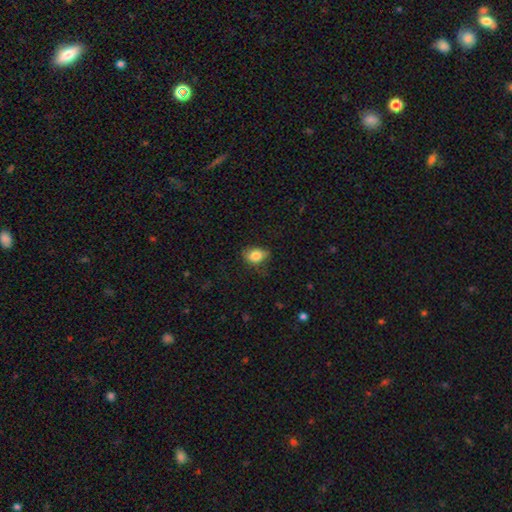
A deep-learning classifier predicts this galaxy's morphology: smooth_or_featured: smooth (p=0.82) [alt: featured or disk p=0.09]
how_rounded: in between (p=0.74) [alt: round p=0.25]
merging: none (p=0.60) [alt: minor disturbance p=0.29]